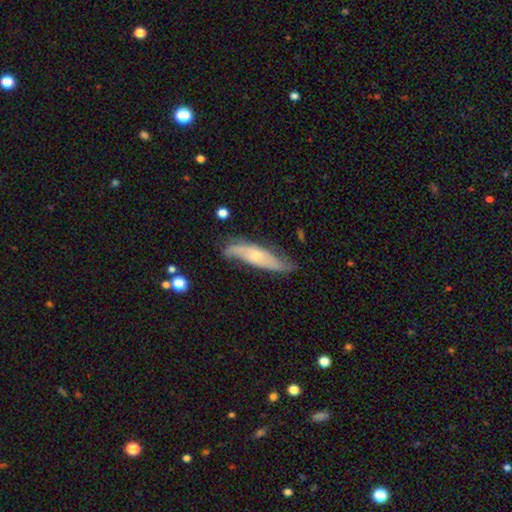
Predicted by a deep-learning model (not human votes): Smooth or featured? Predicted: featured or disk (p=0.59). Edge-on disk? Predicted: no (p=0.68). Merging? Predicted: none (p=0.60).